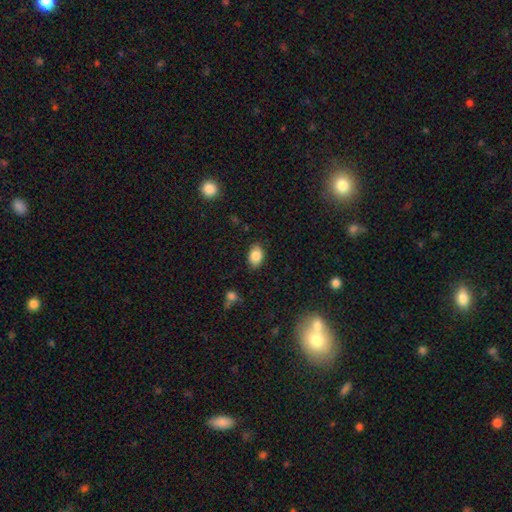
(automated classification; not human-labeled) This appears to be a smooth galaxy with no disk features (84%) that is in between round and cigar-shaped (80%). Merging: none (84%).